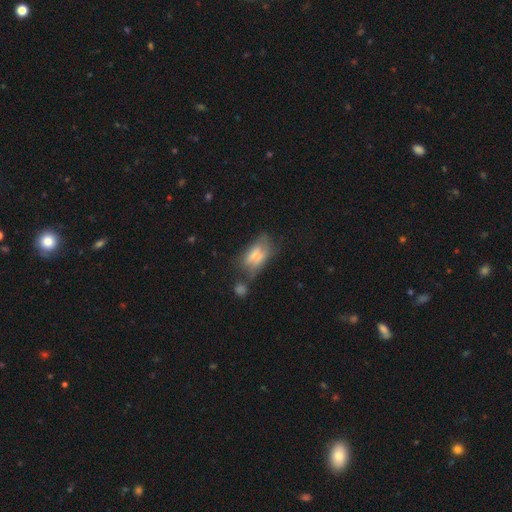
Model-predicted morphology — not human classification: smooth-or-featured: smooth: 59% | featured or disk: 30% | star or artifact: 11%
  how-rounded: in between: 84% | cigar-shaped: 11% | round: 5%
  merging: none: 33% | minor disturbance: 27% | major disturbance: 23% | merger: 17%